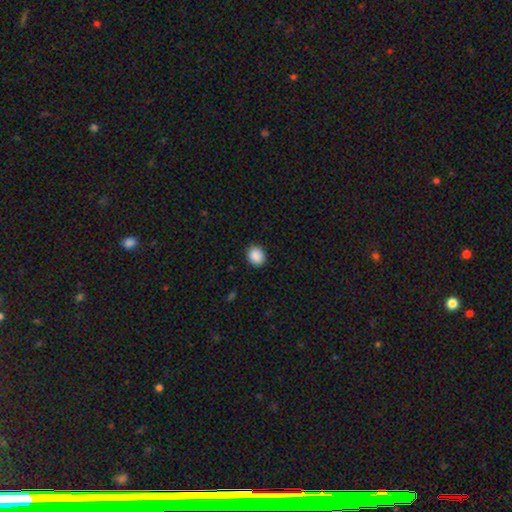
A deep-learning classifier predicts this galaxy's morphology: Overall: smooth (90%). How rounded: round (61%; in between 38%). Merging: none (89%).